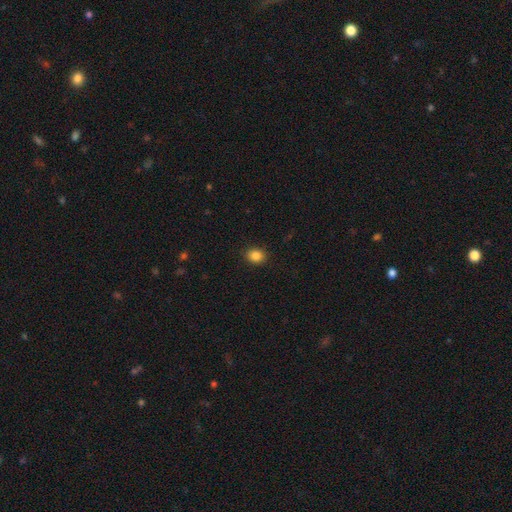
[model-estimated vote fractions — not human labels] This appears to be a smooth galaxy with no disk features (86%) that is round (53%). Merging: none (89%).